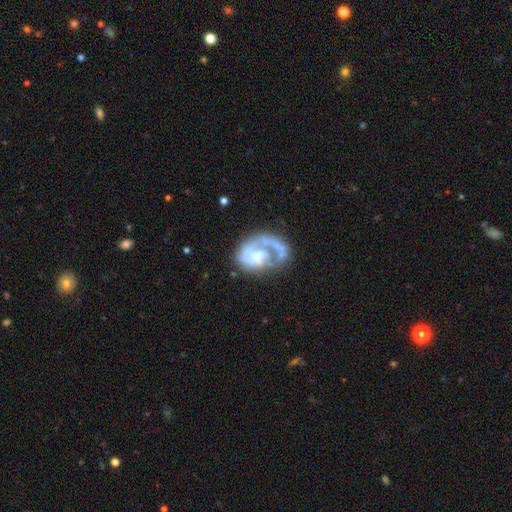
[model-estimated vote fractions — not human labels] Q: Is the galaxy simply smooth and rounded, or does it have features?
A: featured or disk — 73%.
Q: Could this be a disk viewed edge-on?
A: no — 98%.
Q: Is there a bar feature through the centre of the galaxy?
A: no — 74%.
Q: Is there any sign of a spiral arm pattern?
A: yes — 71%.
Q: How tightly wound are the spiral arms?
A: tight — 42%.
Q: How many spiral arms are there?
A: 1 — 73%.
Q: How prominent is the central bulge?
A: moderate — 37%.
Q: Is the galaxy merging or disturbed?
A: none — 41%.